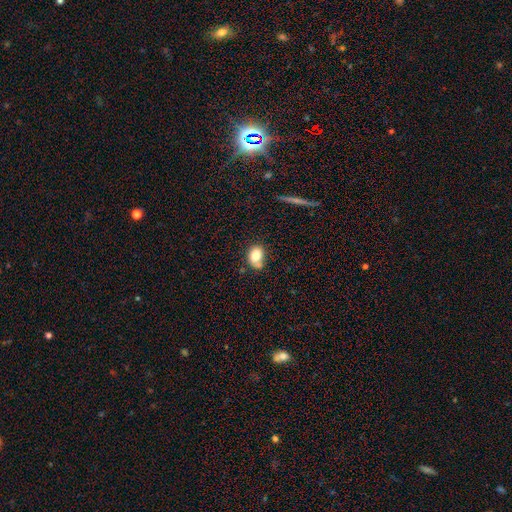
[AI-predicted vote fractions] The model was most divided on "merging": none: 50%, minor disturbance: 27%, merger: 14%, major disturbance: 9%. More confident: smooth or featured — smooth (79%); how rounded — in between (64%).